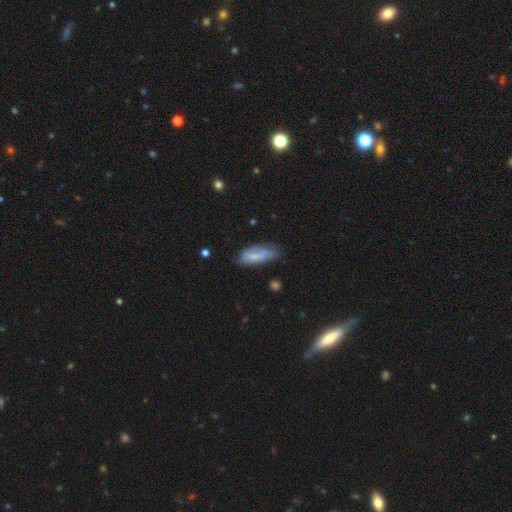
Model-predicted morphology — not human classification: smooth_or_featured: smooth (p=0.68) [alt: featured or disk p=0.24]
how_rounded: in between (p=0.70) [alt: cigar-shaped p=0.28]
merging: none (p=0.53) [alt: minor disturbance p=0.33]